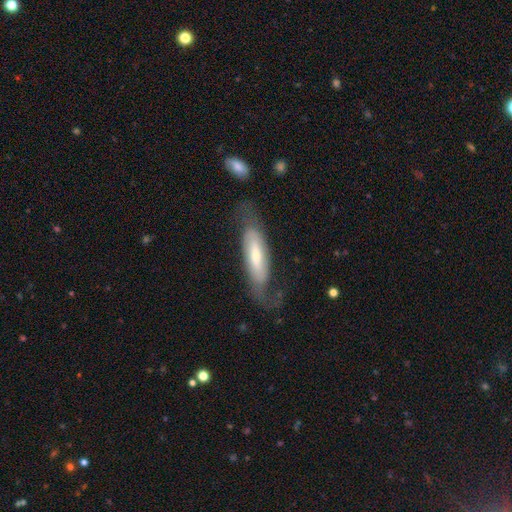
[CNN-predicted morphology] This is possibly a featured or disk galaxy (55%). It is likely not viewed edge-on (72%). Merging: possibly none (56%).